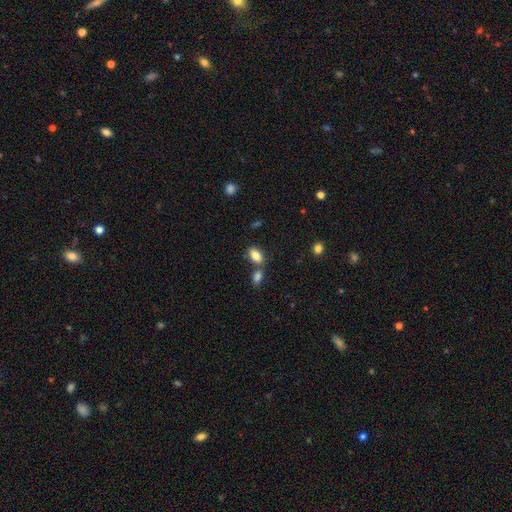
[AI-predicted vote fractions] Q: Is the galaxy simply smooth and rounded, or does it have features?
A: smooth — 84%.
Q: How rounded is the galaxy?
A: in between — 90%.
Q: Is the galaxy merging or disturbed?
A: none — 58%.